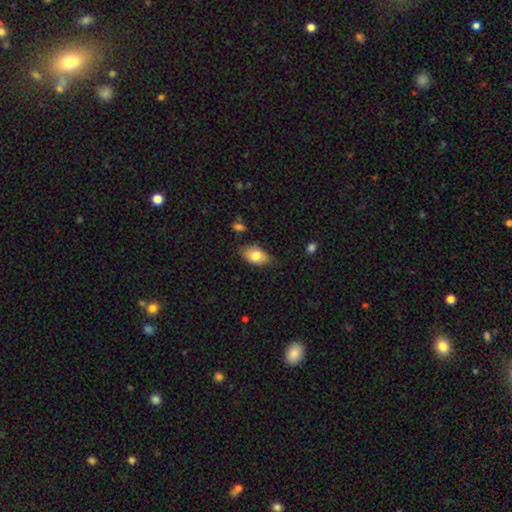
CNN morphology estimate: Overall: smooth (79%). How rounded: in between (92%). Merging: none (70%).